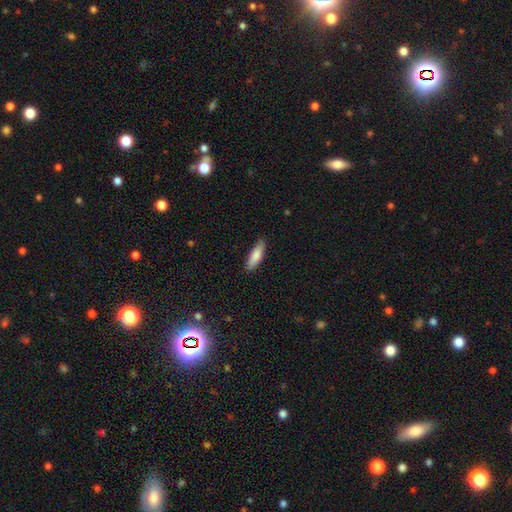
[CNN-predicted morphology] Overall: smooth (83%). How rounded: cigar-shaped (53%; in between 45%). Merging: none (82%).